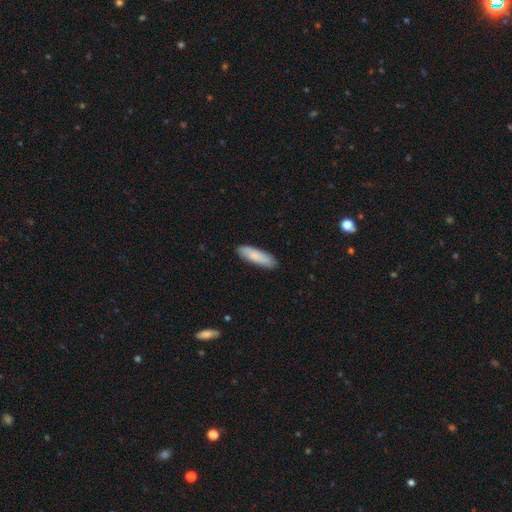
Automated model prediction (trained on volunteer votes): Q: Smooth or featured?
A: smooth (83%); runner-up: featured or disk (12%)
Q: How rounded?
A: cigar-shaped (63%); runner-up: in between (36%)
Q: Merging?
A: none (88%); runner-up: minor disturbance (9%)